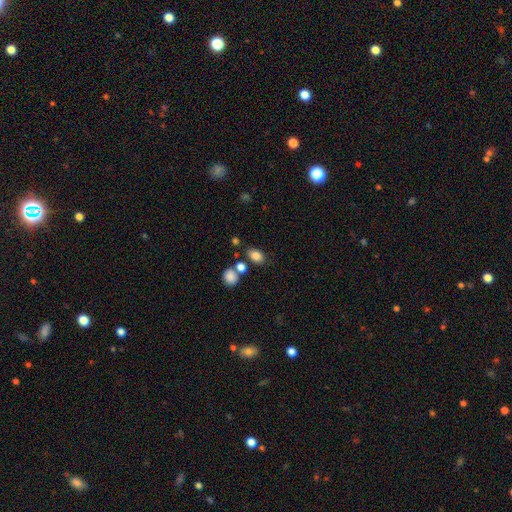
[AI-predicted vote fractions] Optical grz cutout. It shows a smooth galaxy with no disk features (84%) that is in between round and cigar-shaped (81%). Merging: none (70%).